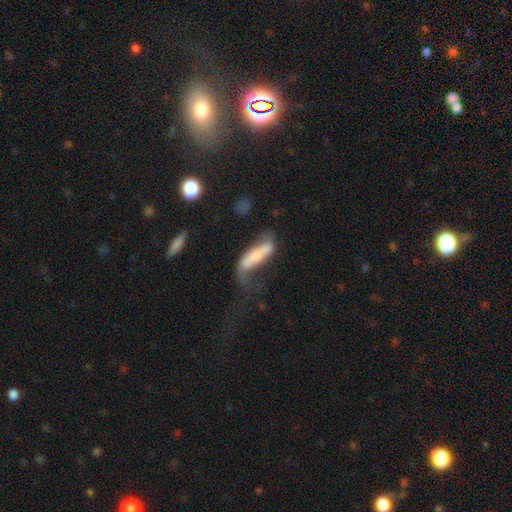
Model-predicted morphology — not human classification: Smooth or featured? Predicted: smooth (p=0.56). How rounded? Predicted: cigar-shaped (p=0.58). Merging? Predicted: major disturbance (p=0.45).